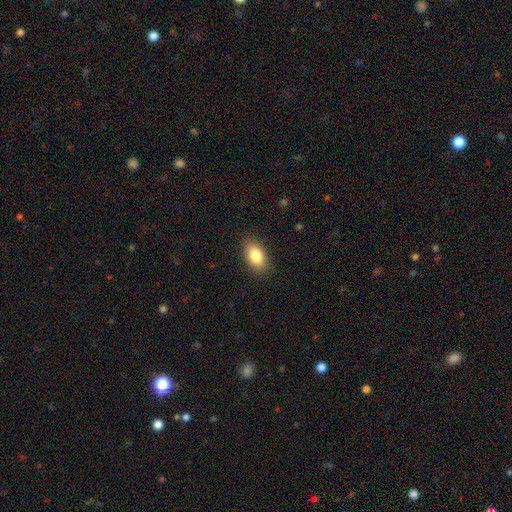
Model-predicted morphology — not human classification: The model was most divided on "smooth or featured": smooth: 84%, featured or disk: 9%, star or artifact: 8%. More confident: how rounded — in between (91%); merging — none (88%).